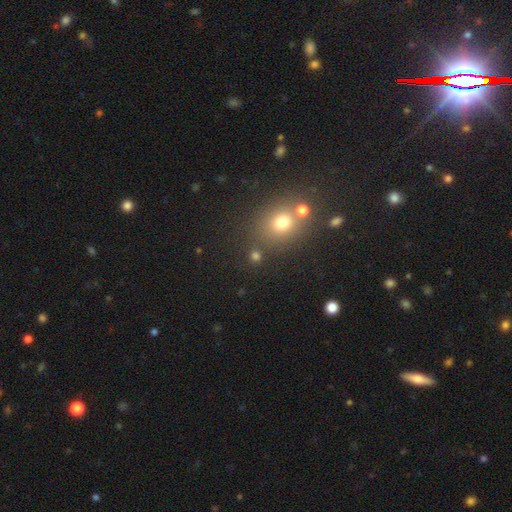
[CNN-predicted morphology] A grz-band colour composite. It shows a smooth galaxy with no disk features (65%) that is round (76%). Merging: none (72%).